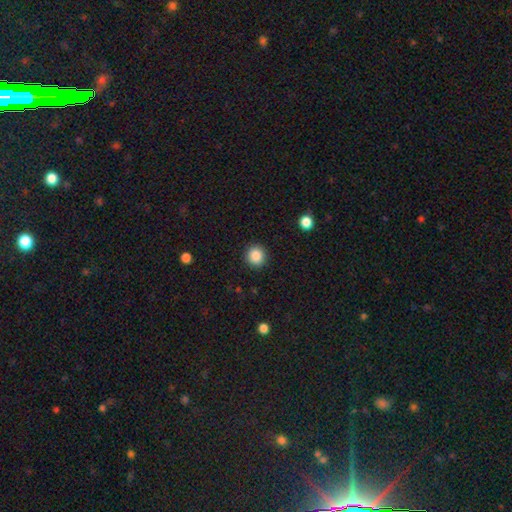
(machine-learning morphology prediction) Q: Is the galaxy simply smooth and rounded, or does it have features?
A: smooth — 87%.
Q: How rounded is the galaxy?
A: round — 92%.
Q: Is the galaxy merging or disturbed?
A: none — 91%.